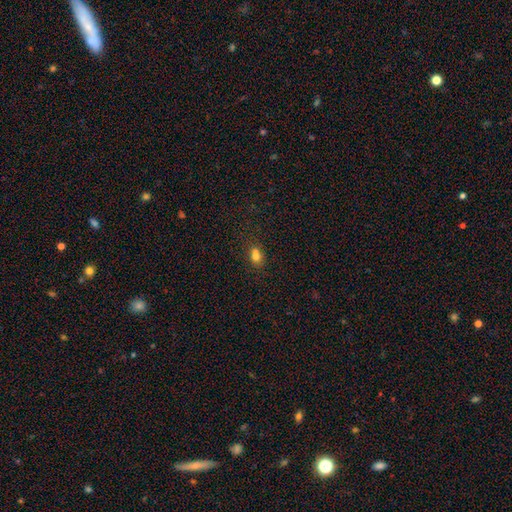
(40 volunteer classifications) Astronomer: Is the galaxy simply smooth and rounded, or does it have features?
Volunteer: smooth — 70%.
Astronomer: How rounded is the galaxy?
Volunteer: in between — 68%.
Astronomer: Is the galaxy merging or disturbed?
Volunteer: merger — 35% (runner-up: none, 30%).